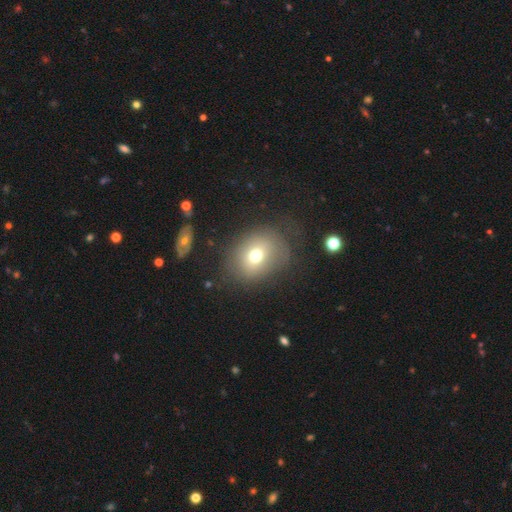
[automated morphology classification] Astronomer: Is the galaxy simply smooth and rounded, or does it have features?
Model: smooth — 68%.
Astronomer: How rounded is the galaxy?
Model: round — 59% (runner-up: in between, 40%).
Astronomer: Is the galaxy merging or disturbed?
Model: none — 63%.